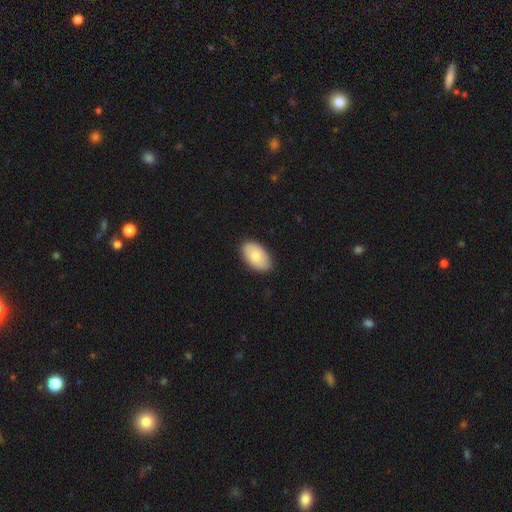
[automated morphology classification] smooth 77%, featured or disk 17%, star or artifact 6%. Down the decision tree: how rounded — in between (94%); merging — none (87%).